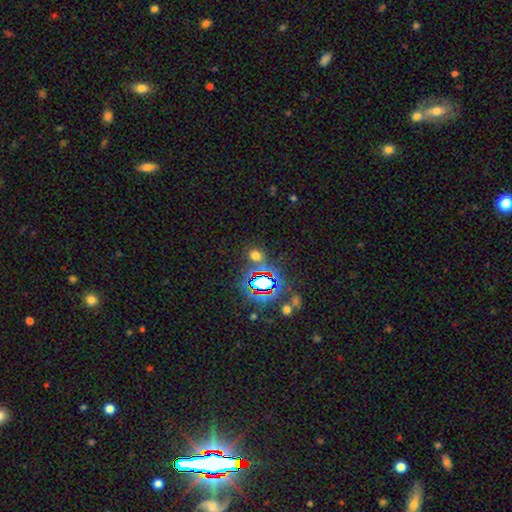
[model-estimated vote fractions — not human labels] Morphology: type=smooth (54%); roundness=round (66%); merging=none (76%).